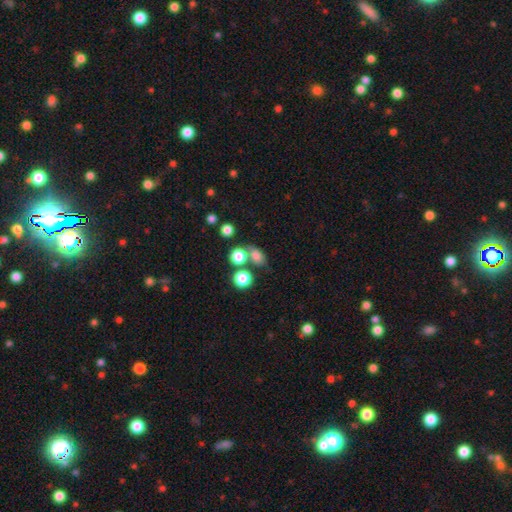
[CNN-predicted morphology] The model was most divided on "how rounded": in between: 59%, round: 38%, cigar-shaped: 2%. More confident: smooth or featured — smooth (76%); merging — none (56%).